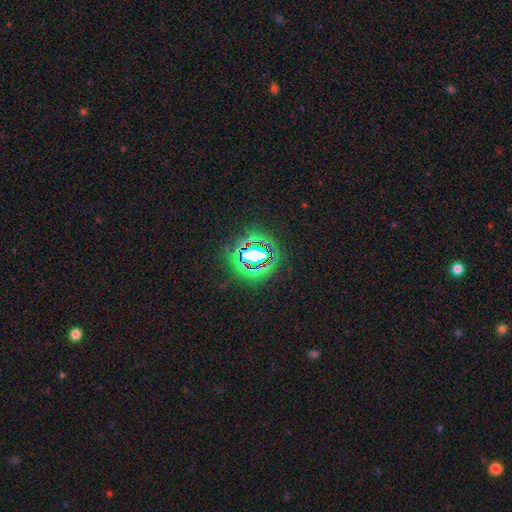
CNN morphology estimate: Overall: star or artifact (68%).